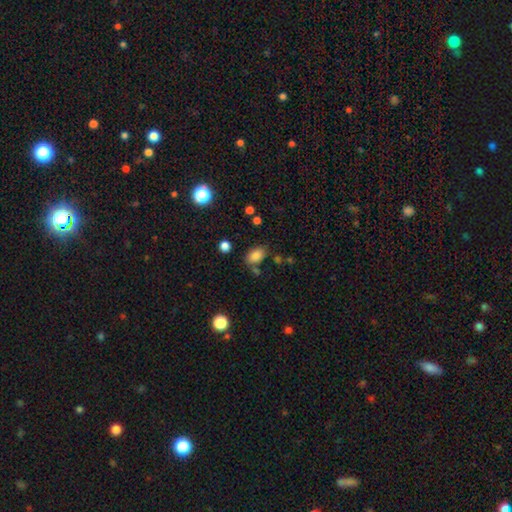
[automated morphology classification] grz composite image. It shows a smooth galaxy with no disk features (84%) that is in between round and cigar-shaped (86%). Merging: none (72%).